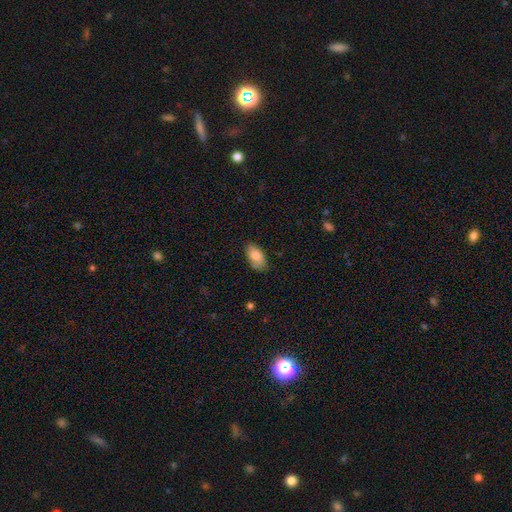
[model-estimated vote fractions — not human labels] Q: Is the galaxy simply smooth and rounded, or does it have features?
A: smooth — 80%.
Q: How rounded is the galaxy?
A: in between — 93%.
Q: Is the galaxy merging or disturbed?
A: none — 73%.